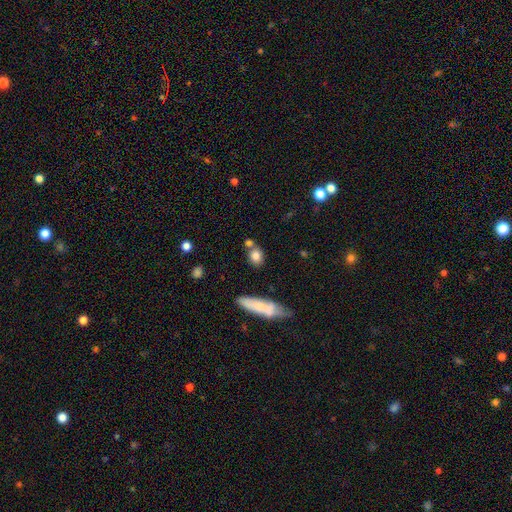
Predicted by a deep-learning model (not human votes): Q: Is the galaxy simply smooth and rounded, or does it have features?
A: smooth — 80%.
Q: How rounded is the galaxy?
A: round — 51%.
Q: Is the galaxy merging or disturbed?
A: none — 64%.